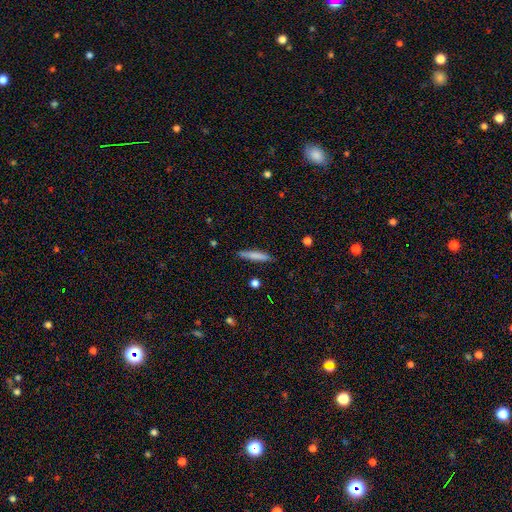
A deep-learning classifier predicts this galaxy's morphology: Q: Smooth or featured?
A: smooth (78%); runner-up: featured or disk (16%)
Q: How rounded?
A: cigar-shaped (90%); runner-up: in between (8%)
Q: Merging?
A: none (85%); runner-up: minor disturbance (11%)